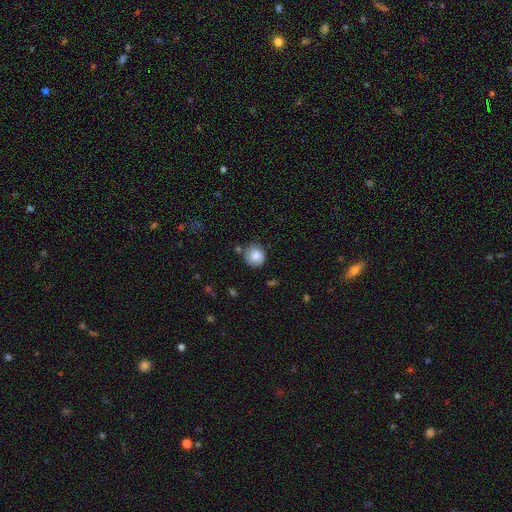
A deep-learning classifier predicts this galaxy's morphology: smooth-or-featured: smooth: 80% | featured or disk: 12% | star or artifact: 8%
  how-rounded: round: 88% | in between: 12% | cigar-shaped: 1%
  merging: none: 73% | minor disturbance: 18% | merger: 5% | major disturbance: 4%